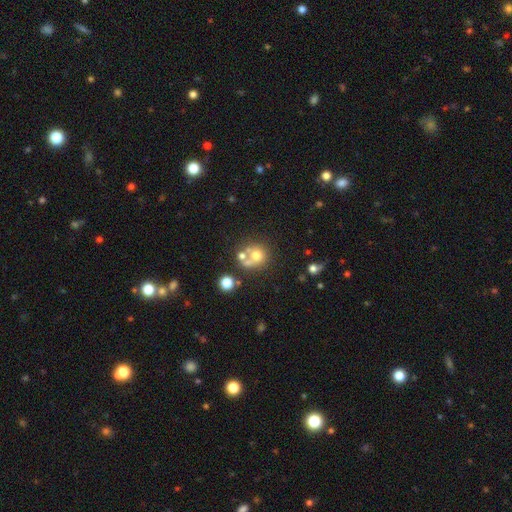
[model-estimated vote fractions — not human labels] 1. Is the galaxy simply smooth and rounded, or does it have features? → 60% smooth, 23% featured or disk, 17% star or artifact.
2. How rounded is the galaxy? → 82% round, 17% in between, 1% cigar-shaped.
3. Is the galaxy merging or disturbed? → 41% merger (tied), 41% none (tied), 10% minor disturbance, 8% major disturbance.